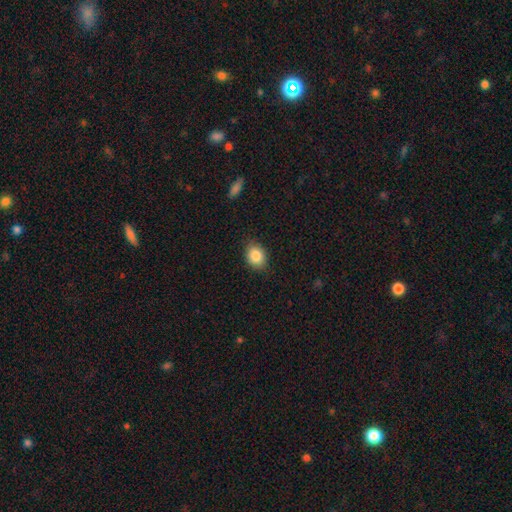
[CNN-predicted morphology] smooth_or_featured: smooth (p=0.86) [alt: star or artifact p=0.08]
how_rounded: in between (p=0.60) [alt: round p=0.39]
merging: none (p=0.85) [alt: minor disturbance p=0.12]